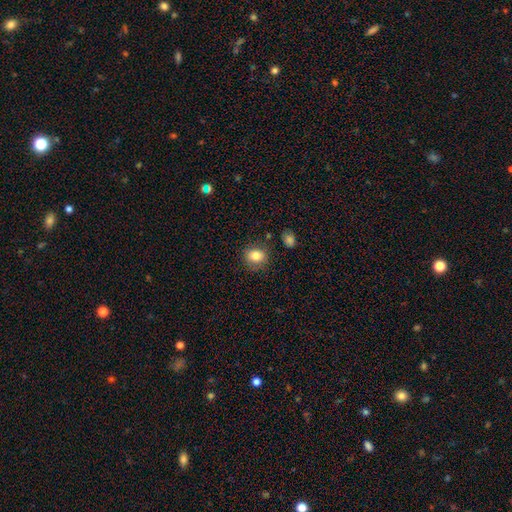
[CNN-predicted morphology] Smooth or featured? Predicted: smooth (p=0.82). How rounded? Predicted: round (p=0.71). Merging? Predicted: none (p=0.82).